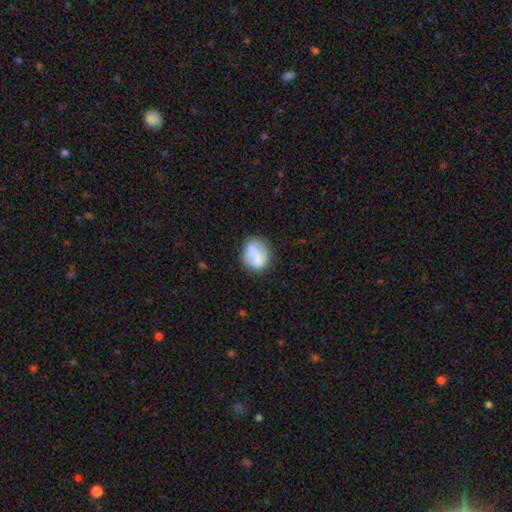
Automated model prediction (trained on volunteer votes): Q: Smooth or featured?
A: smooth (68%); runner-up: featured or disk (24%)
Q: How rounded?
A: round (58%); runner-up: in between (41%)
Q: Merging?
A: none (54%); runner-up: minor disturbance (25%)